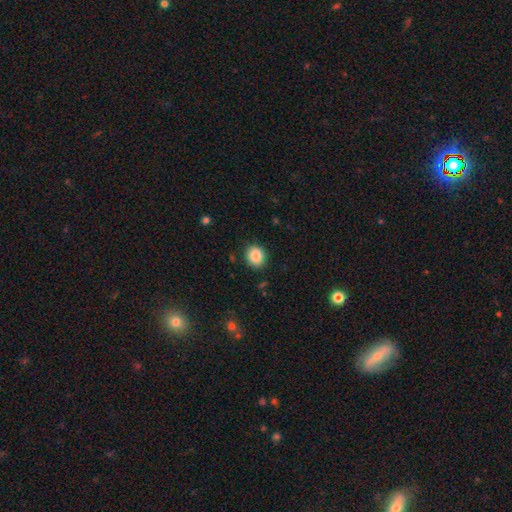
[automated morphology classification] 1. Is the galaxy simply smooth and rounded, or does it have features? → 87% smooth, 9% star or artifact, 4% featured or disk.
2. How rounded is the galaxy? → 75% round, 24% in between, 1% cigar-shaped.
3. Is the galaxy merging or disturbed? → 88% none, 9% minor disturbance, 2% major disturbance, 1% merger.